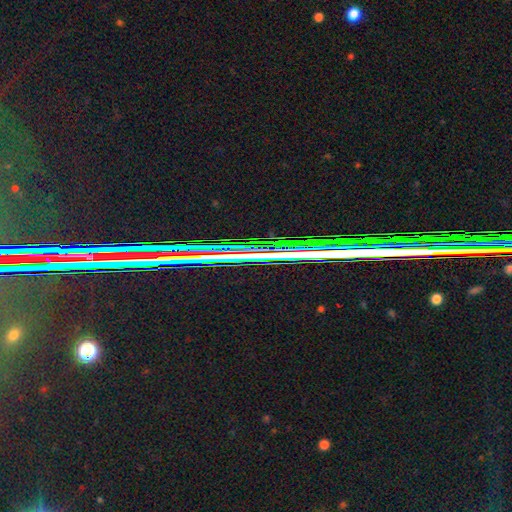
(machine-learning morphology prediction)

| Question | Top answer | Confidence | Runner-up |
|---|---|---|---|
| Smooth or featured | star or artifact | 79% | featured or disk (12%) |